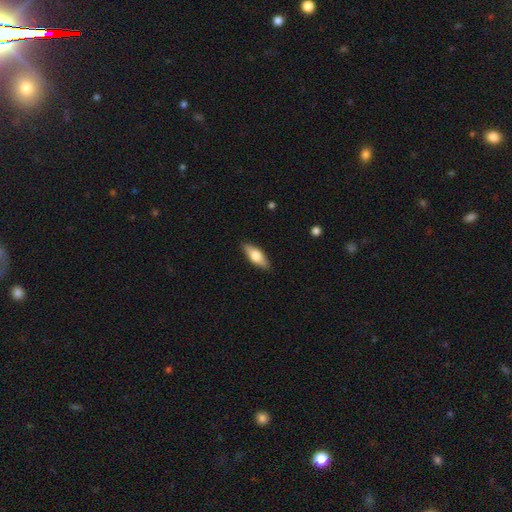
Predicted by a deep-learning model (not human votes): smooth_or_featured: smooth (p=0.62) [alt: featured or disk p=0.32]
how_rounded: in between (p=0.67) [alt: cigar-shaped p=0.30]
merging: none (p=0.88) [alt: minor disturbance p=0.09]